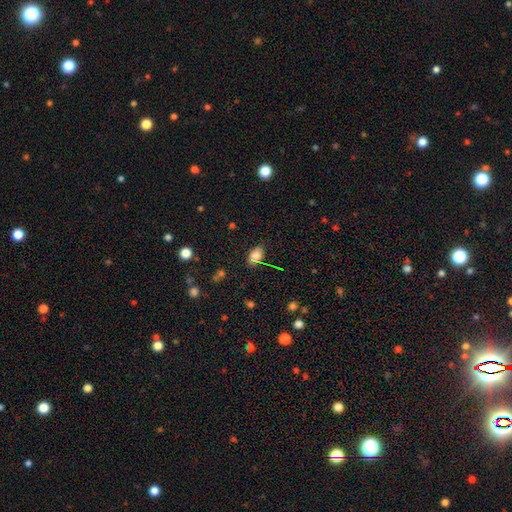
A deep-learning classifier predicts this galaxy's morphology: A smooth galaxy with no disk features (78%) that is in between round and cigar-shaped (84%).

Vote fractions:
- Smooth or featured? smooth: 78% / star or artifact: 12% / featured or disk: 10%
- How rounded? in between: 84% / round: 14% / cigar-shaped: 2%
- Merging? none: 77% / minor disturbance: 16% / major disturbance: 4% / merger: 3%